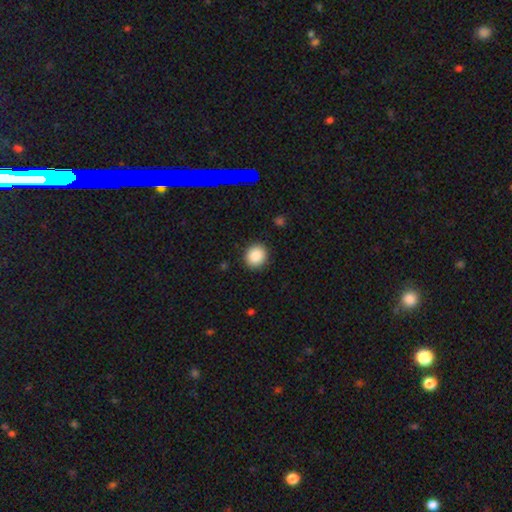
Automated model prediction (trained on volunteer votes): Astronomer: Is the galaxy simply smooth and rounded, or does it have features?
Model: smooth — 87%.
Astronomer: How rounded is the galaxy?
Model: round — 83%.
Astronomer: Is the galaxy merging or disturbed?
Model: none — 90%.